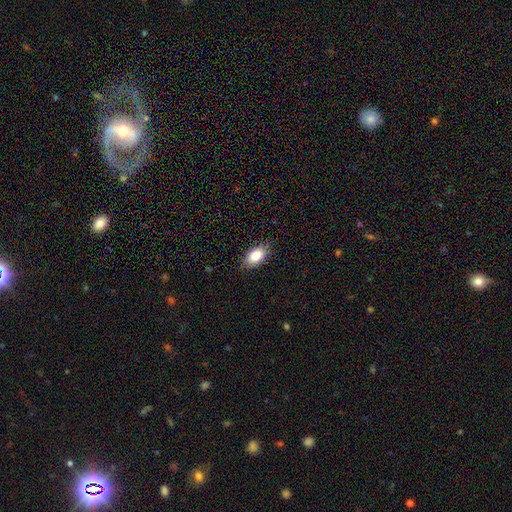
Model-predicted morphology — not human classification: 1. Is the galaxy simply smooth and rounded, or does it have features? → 86% smooth, 7% featured or disk, 7% star or artifact.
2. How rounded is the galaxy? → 92% in between, 6% round, 2% cigar-shaped.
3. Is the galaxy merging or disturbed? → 84% none, 13% minor disturbance, 3% major disturbance, 1% merger.